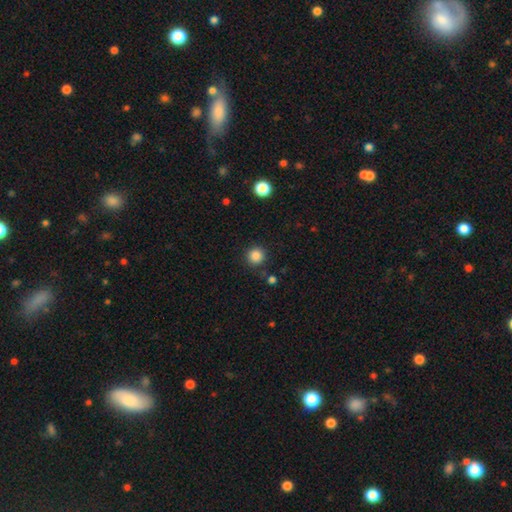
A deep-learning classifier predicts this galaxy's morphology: A smooth galaxy with no disk features (85%) that is round (94%).

Vote fractions:
- Smooth or featured? smooth: 85% / star or artifact: 11% / featured or disk: 4%
- How rounded? round: 94% / in between: 5% / cigar-shaped: 1%
- Merging? none: 88% / minor disturbance: 7% / major disturbance: 3% / merger: 2%